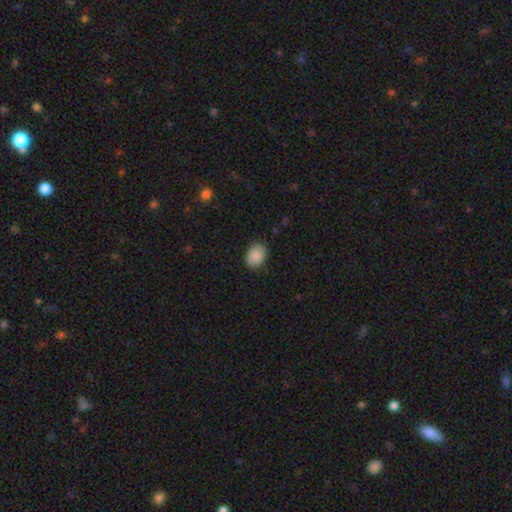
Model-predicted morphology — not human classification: Smooth or featured: smooth — 89% (star or artifact — 7%)
How rounded: in between — 65% (round — 34%)
Merging: none — 86% (minor disturbance — 11%)